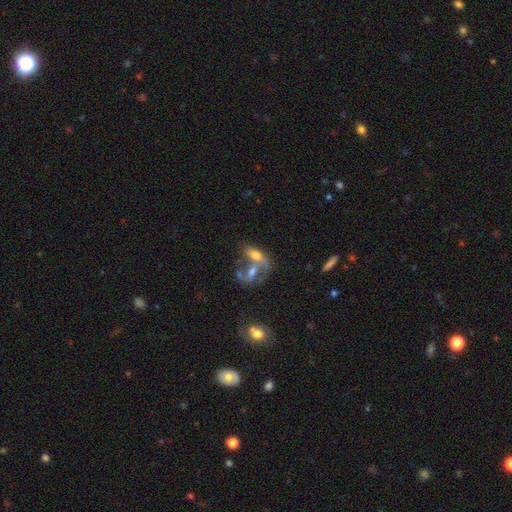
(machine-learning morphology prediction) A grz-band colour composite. It shows a smooth galaxy with no disk features (45%). Merging: merger (63%).